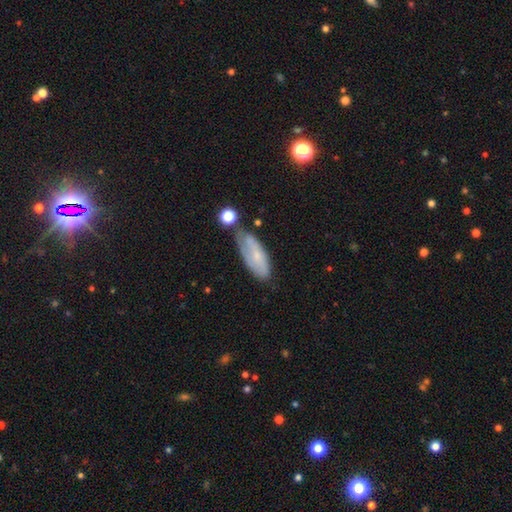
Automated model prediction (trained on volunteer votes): This appears to be a smooth galaxy with no disk features (49%). Merging: none (50%).